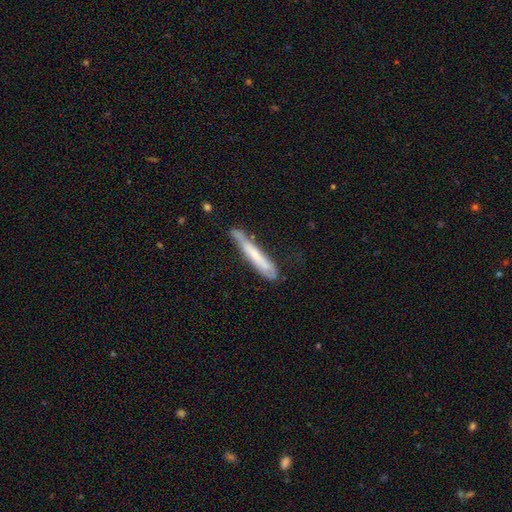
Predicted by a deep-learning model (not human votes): Morphology: type=smooth (53%); roundness=cigar-shaped (93%); merging=none (57%).